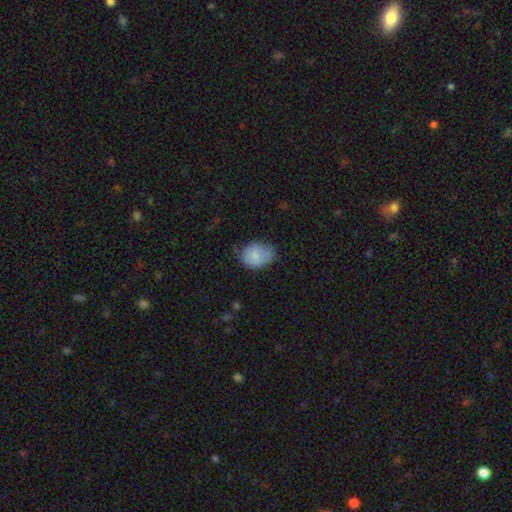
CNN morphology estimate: This is clearly a smooth galaxy (83%). How rounded: likely in between (66%). Merging: possibly none (57%).